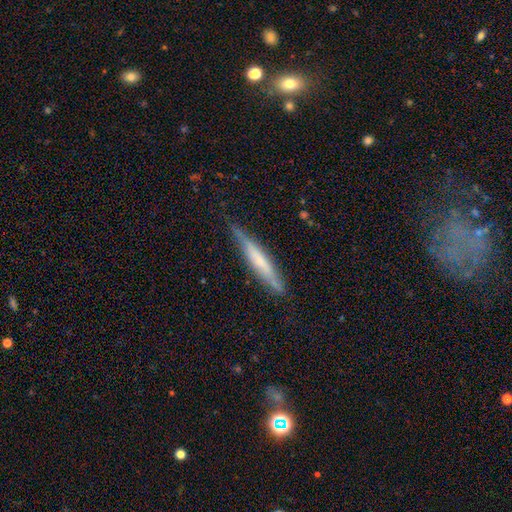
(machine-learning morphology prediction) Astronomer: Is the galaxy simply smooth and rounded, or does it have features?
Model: featured or disk — 51% (runner-up: smooth, 42%).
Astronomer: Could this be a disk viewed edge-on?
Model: yes — 92%.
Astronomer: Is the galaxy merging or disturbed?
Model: none — 78%.